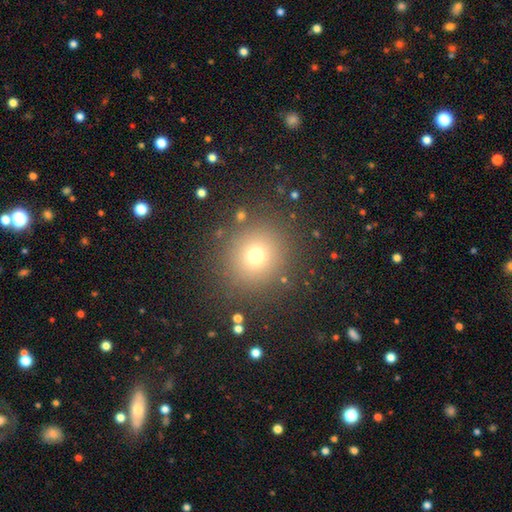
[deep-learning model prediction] The model was most divided on "smooth or featured": smooth: 71%, star or artifact: 20%, featured or disk: 10%. More confident: how rounded — round (92%); merging — none (86%).